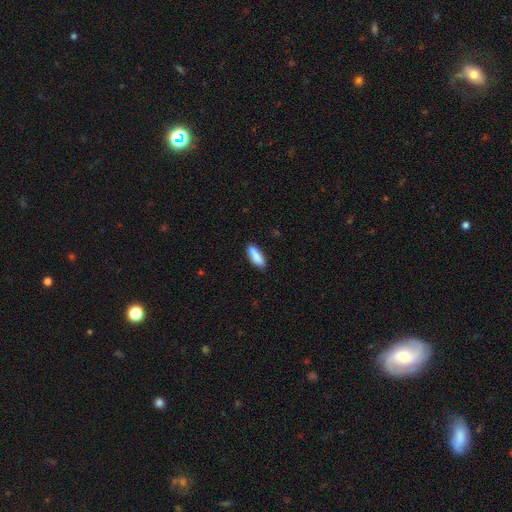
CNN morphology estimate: A smooth galaxy with no disk features (88%) that is in between round and cigar-shaped (61%). Merging: none (82%).